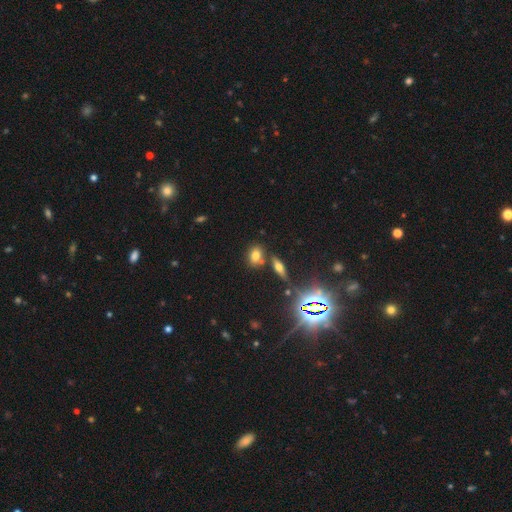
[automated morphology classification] type=smooth (67%); roundness=in between (63%); merging=none (66%).